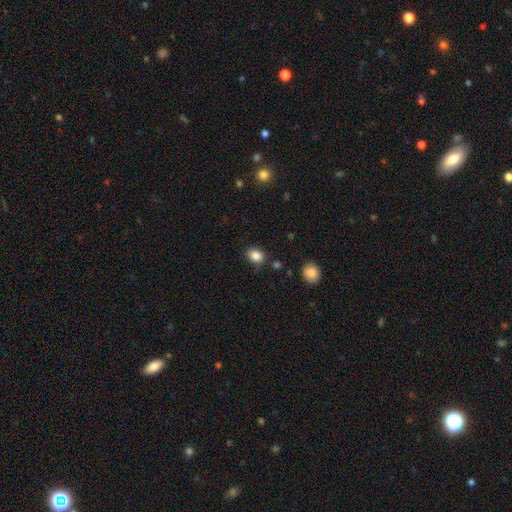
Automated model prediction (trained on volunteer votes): Smooth or featured: smooth — 85% (star or artifact — 10%)
How rounded: in between — 56% (round — 43%)
Merging: none — 79% (minor disturbance — 14%)